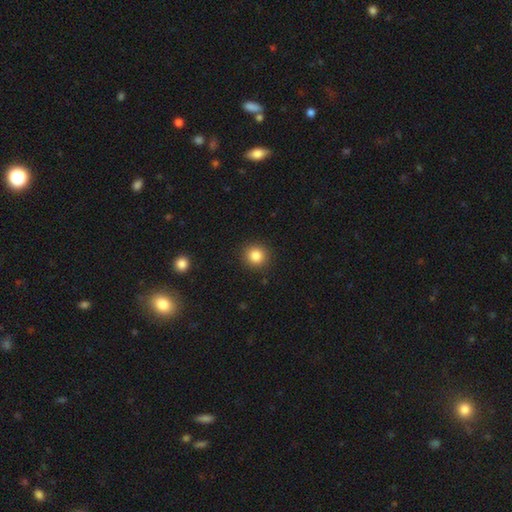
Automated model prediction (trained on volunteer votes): Overall: smooth (84%). How rounded: round (91%). Merging: none (91%).